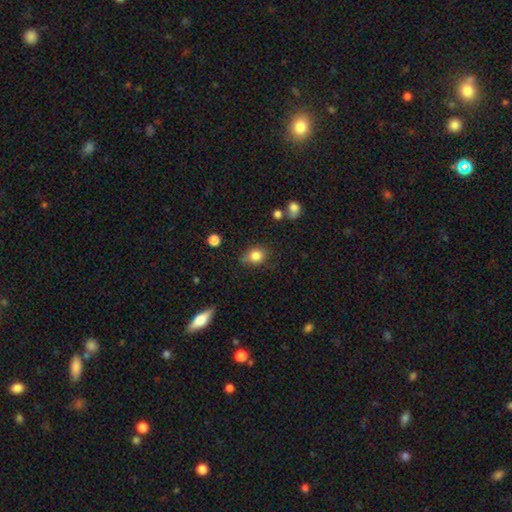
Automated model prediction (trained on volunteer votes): Smooth or featured: smooth — 82% (star or artifact — 11%)
How rounded: round — 64% (in between — 35%)
Merging: none — 61% (minor disturbance — 28%)